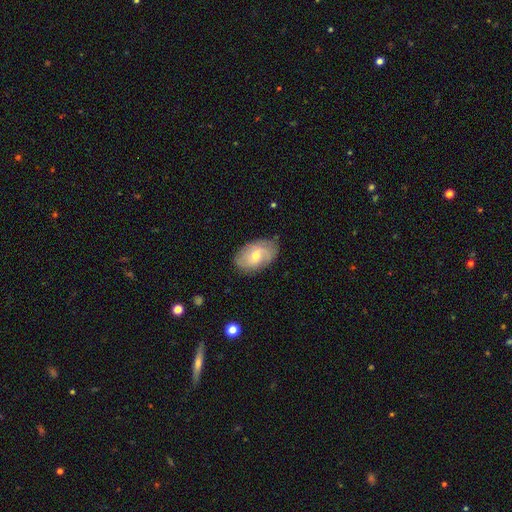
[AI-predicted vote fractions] Smooth or featured? featured or disk (52%)
Edge-on disk? no (94%)
Merging? none (78%)